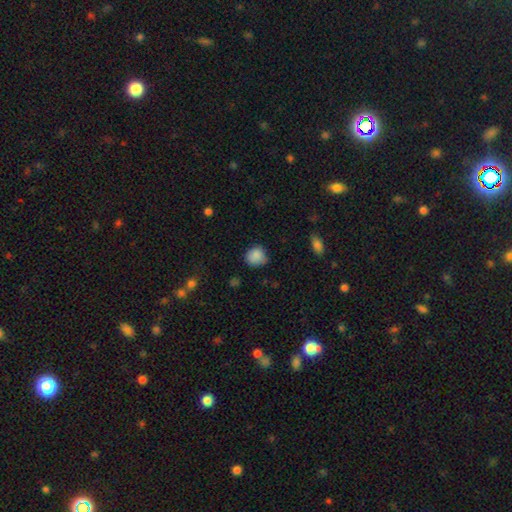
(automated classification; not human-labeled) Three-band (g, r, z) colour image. It shows a smooth galaxy with no disk features (85%) that is round (80%). Merging: none (70%).